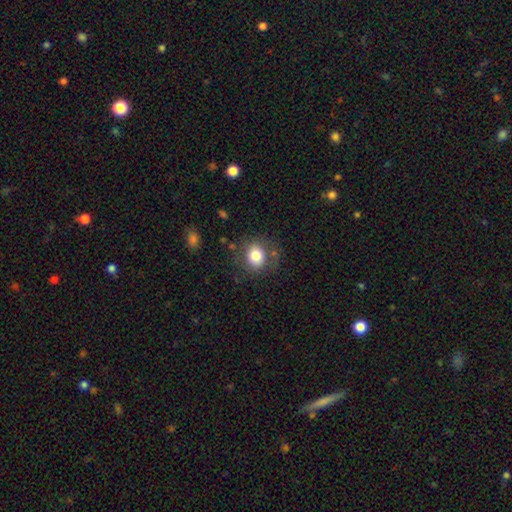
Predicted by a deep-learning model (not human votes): smooth_or_featured: smooth (p=0.80) [alt: featured or disk p=0.11]
how_rounded: round (p=0.74) [alt: in between p=0.25]
merging: none (p=0.74) [alt: minor disturbance p=0.16]